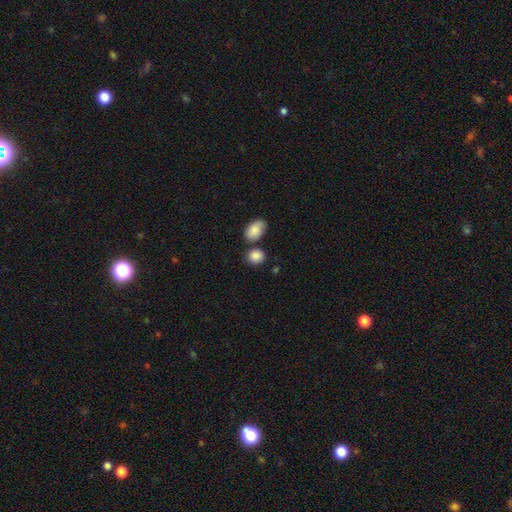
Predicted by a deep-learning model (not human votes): This is clearly a smooth galaxy (88%). How rounded: likely round (61%). Merging: likely none (69%).